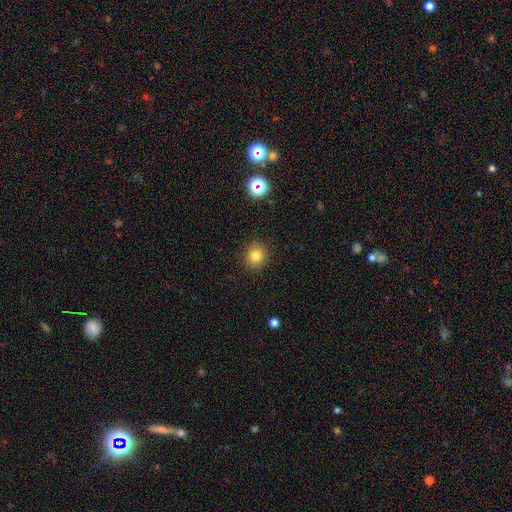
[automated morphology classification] smooth 80%, star or artifact 14%, featured or disk 6%. Down the decision tree: how rounded — round (87%); merging — none (90%).